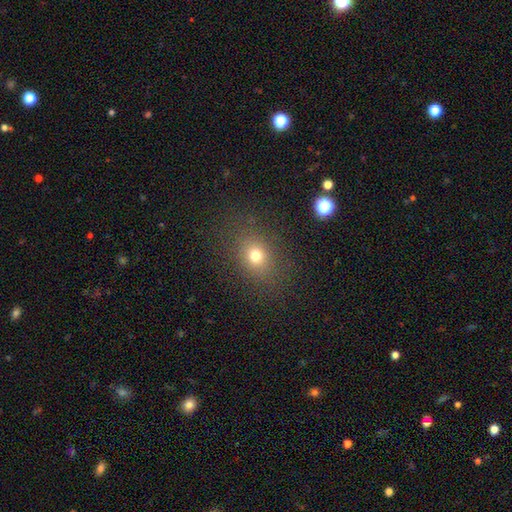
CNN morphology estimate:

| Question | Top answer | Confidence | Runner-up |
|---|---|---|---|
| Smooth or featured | smooth | 74% | star or artifact (17%) |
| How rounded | round | 54% | in between (44%) |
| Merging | none | 83% | minor disturbance (10%) |